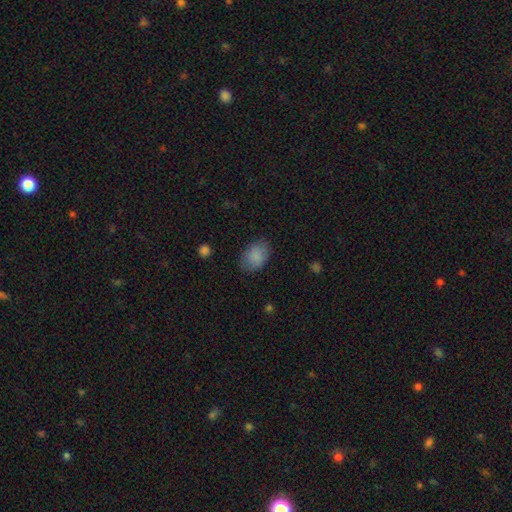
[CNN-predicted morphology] smooth_or_featured: smooth (p=0.87) [alt: star or artifact p=0.08]
how_rounded: in between (p=0.81) [alt: round p=0.18]
merging: none (p=0.80) [alt: minor disturbance p=0.15]